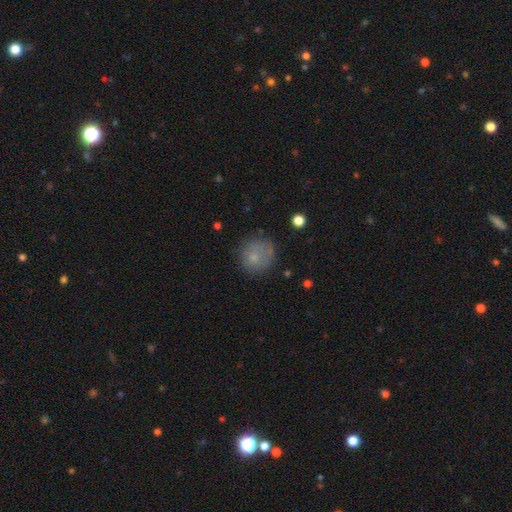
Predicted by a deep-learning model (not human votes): This appears to be a smooth galaxy with no disk features (75%) that is round (88%). Merging: none (69%).